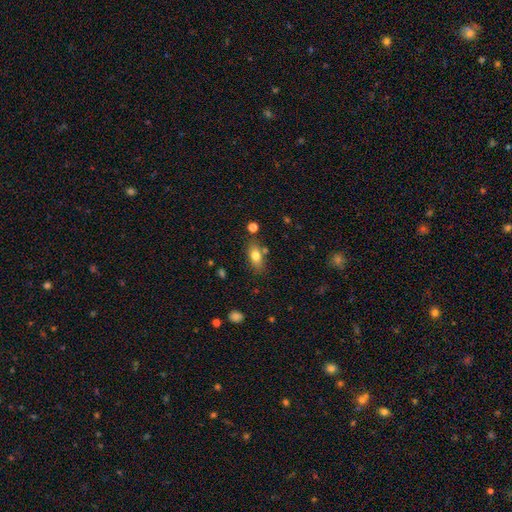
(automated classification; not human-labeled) smooth 78%, featured or disk 13%, star or artifact 9%. Down the decision tree: how rounded — in between (82%); merging — none (74%).